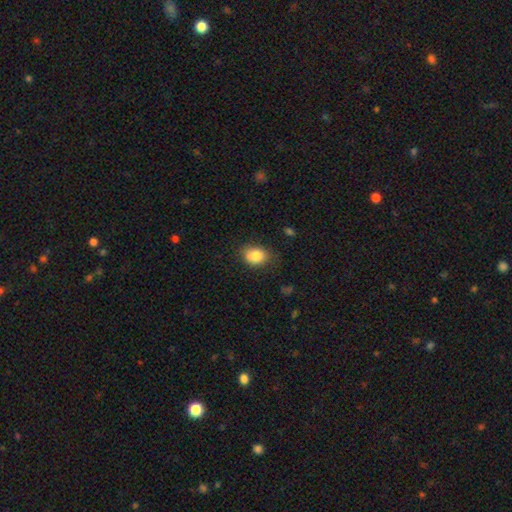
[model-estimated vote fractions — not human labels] This is clearly a smooth galaxy (84%). How rounded: possibly in between (53%). Merging: likely none (72%).